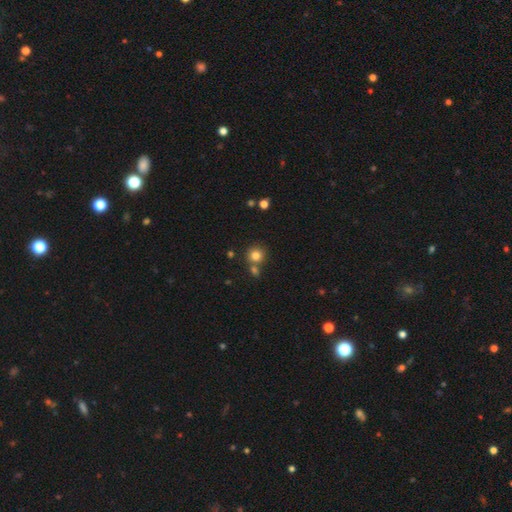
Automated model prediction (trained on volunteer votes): This appears to be a smooth galaxy with no disk features (81%) that is round (90%). Merging: none (67%).